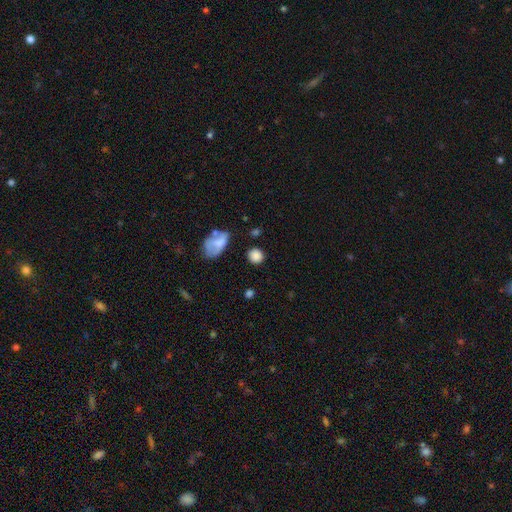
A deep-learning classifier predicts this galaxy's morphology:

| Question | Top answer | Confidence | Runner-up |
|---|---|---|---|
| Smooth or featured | smooth | 83% | star or artifact (10%) |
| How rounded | round | 79% | in between (19%) |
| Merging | none | 76% | minor disturbance (14%) |